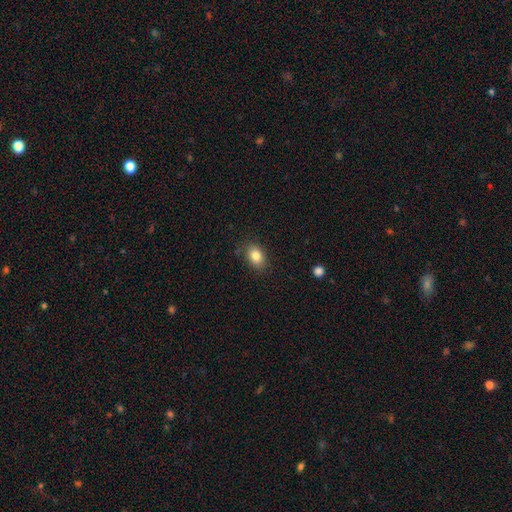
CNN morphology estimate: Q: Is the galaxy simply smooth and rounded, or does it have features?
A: smooth — 84%.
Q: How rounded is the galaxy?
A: in between — 77%.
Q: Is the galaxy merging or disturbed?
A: none — 83%.